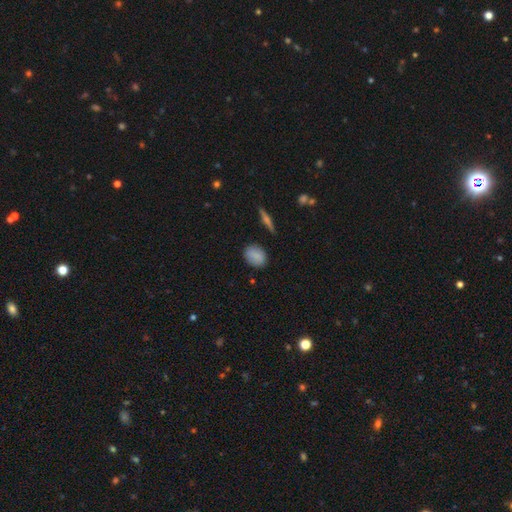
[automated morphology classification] This is clearly a smooth galaxy (84%). How rounded: possibly in between (51%). Merging: clearly none (85%).